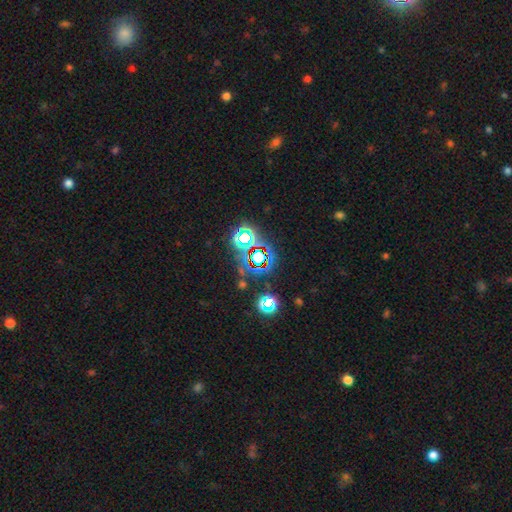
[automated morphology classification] star or artifact 76%, smooth 14%, featured or disk 10%.